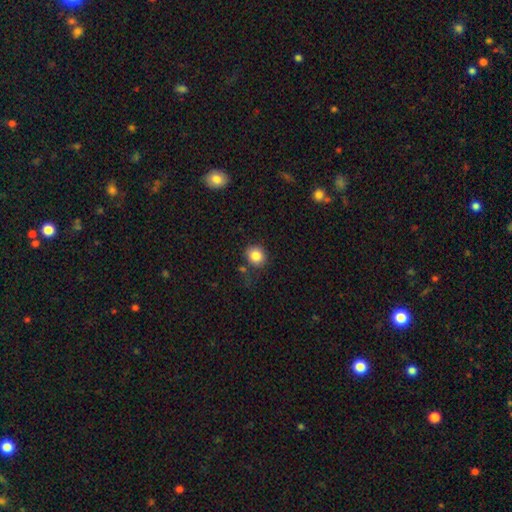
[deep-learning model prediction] Smooth or featured: smooth — 85% (star or artifact — 10%)
How rounded: round — 76% (in between — 23%)
Merging: none — 77% (minor disturbance — 13%)